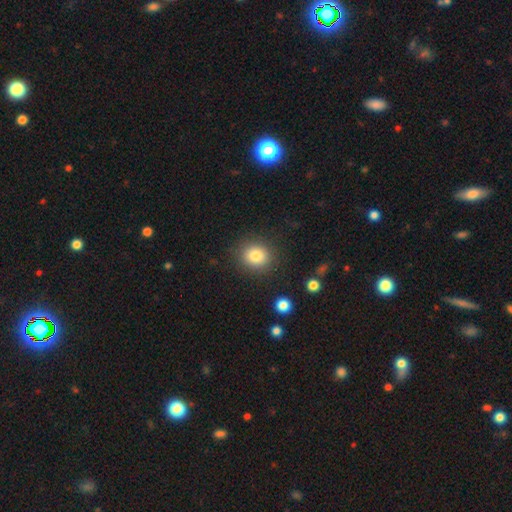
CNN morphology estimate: smooth 82%, star or artifact 11%, featured or disk 8%. Down the decision tree: how rounded — round (75%); merging — none (87%).